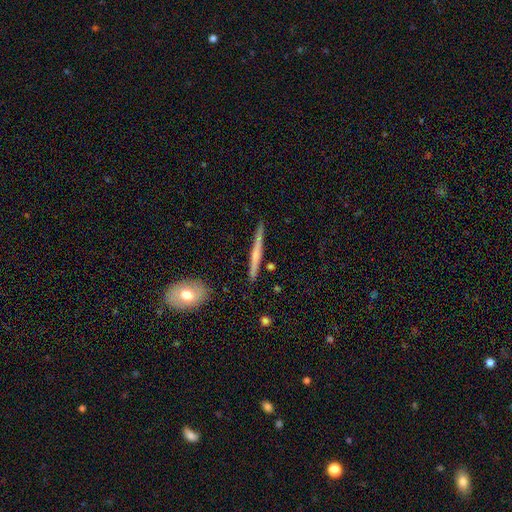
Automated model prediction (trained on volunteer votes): smooth-or-featured: featured or disk: 54% | smooth: 40% | star or artifact: 6%
  disk-edge-on: yes: 97% | no: 3%
    edge-on-bulge: none: 50% | rounded: 42% | boxy: 8%
  merging: none: 87% | minor disturbance: 10% | merger: 2% | major disturbance: 2%